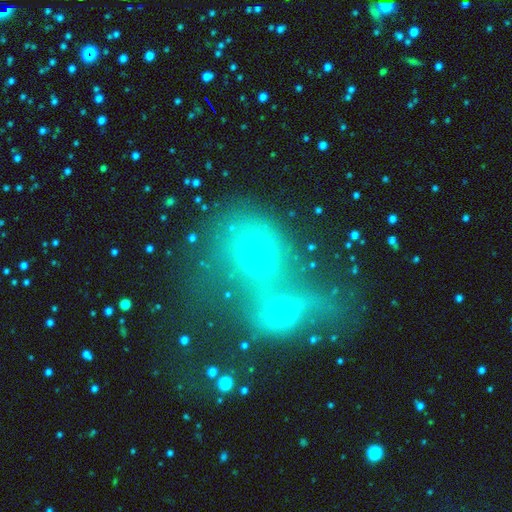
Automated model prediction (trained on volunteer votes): Smooth or featured? Predicted: smooth (p=0.58). How rounded? Predicted: in between (p=0.54). Merging? Predicted: merger (p=0.62).